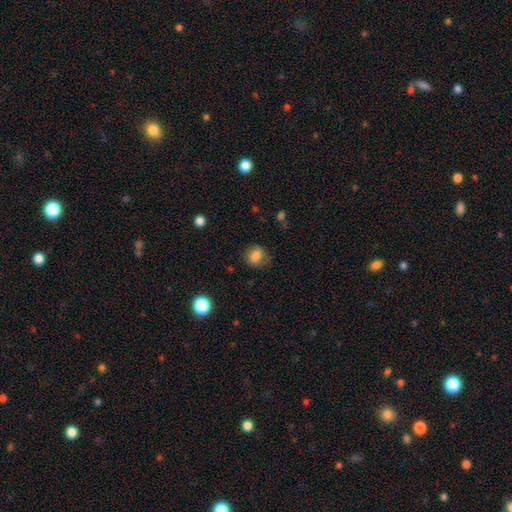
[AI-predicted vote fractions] Overall: smooth (80%). How rounded: round (56%; in between 43%). Merging: none (73%).